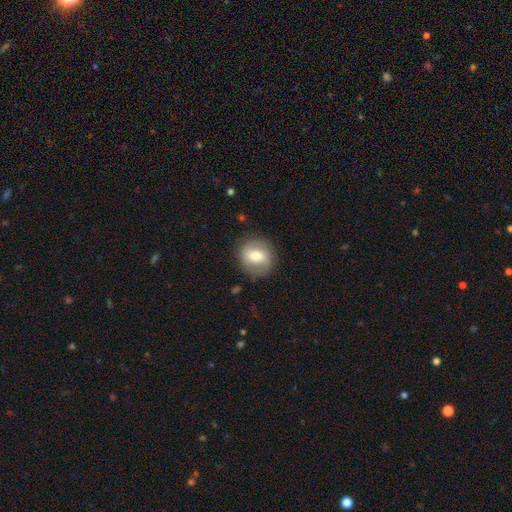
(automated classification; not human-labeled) This is possibly a smooth galaxy (56%). How rounded: likely round (78%). Merging: clearly none (81%).